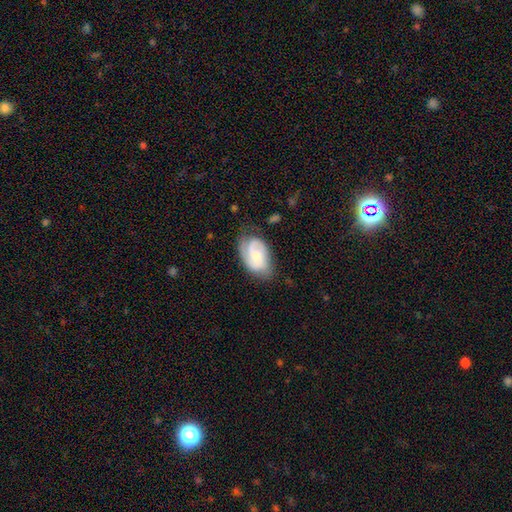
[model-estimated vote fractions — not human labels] Smooth or featured?
  - featured or disk: 66% *
  - smooth: 28%
  - star or artifact: 6%
Edge-on disk?
  - no: 96% *
  - yes: 4%
Bar?
  - no: 61% *
  - weak: 33%
  - strong: 6%
Spiral arms?
  - yes: 91% *
  - no: 9%
Spiral winding?
  - medium: 42% *
  - tight: 40%
  - loose: 18%
Spiral arm count?
  - 2: 57% *
  - can't tell: 17%
  - 1: 15%
  - 3: 7%
  - 4: 2%
  - more than 4: 2%
Bulge size?
  - small: 54% *
  - moderate: 38%
  - none: 4%
  - large: 3%
  - dominant: 1%
Merging?
  - none: 62% *
  - minor disturbance: 26%
  - major disturbance: 10%
  - merger: 2%